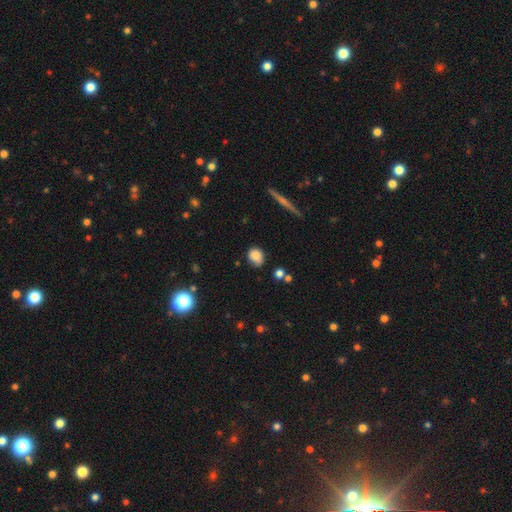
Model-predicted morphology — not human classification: A smooth galaxy with no disk features (82%) that is round (58%). Merging: none (70%).